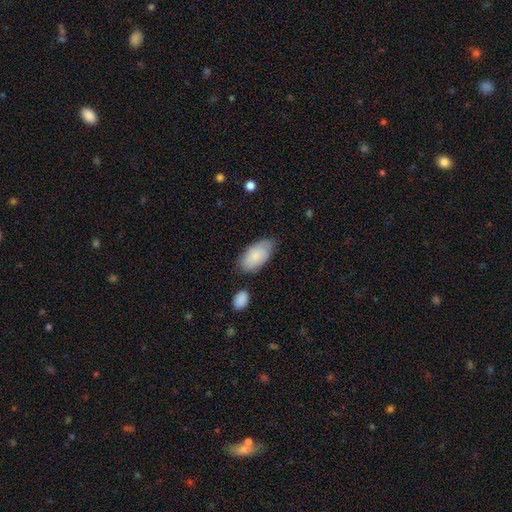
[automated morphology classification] This is clearly a smooth galaxy (80%). How rounded: clearly in between (94%). Merging: likely none (70%).